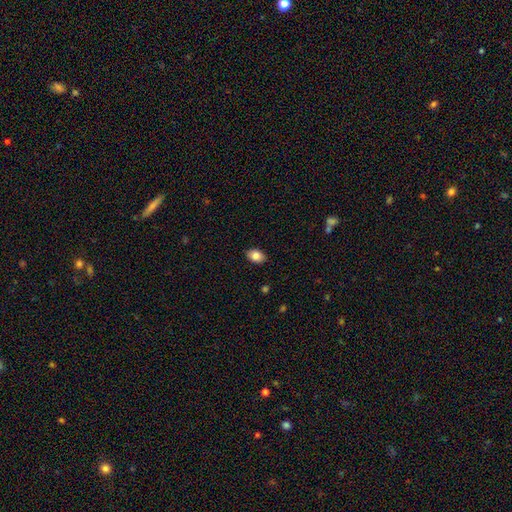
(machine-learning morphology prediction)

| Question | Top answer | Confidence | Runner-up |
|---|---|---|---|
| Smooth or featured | smooth | 85% | star or artifact (8%) |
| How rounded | in between | 83% | round (16%) |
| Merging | none | 88% | minor disturbance (9%) |